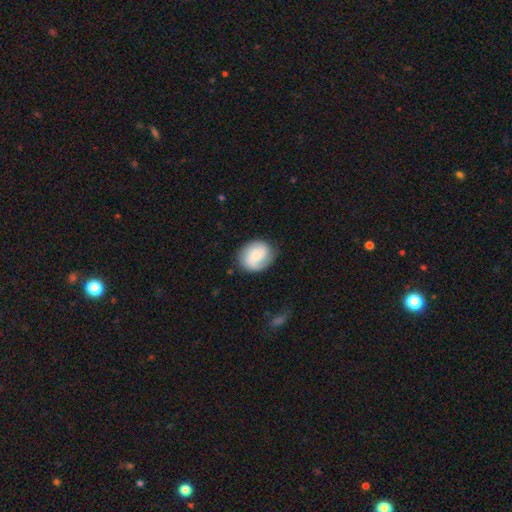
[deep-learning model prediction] Smooth or featured? Predicted: smooth (p=0.50). How rounded? Predicted: round (p=0.63). Merging? Predicted: none (p=0.78).